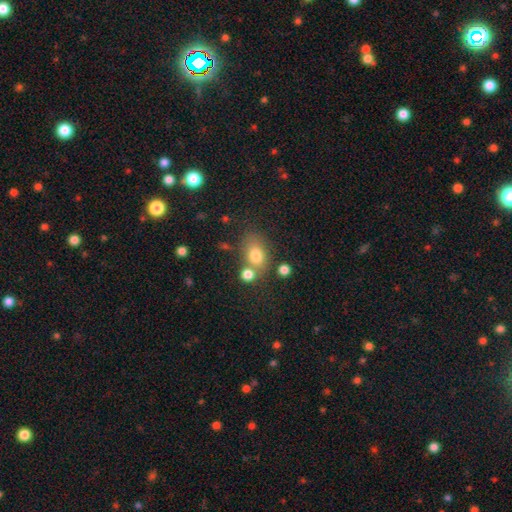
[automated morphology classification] smooth-or-featured: smooth: 77% | featured or disk: 12% | star or artifact: 12%
  how-rounded: in between: 67% | round: 31% | cigar-shaped: 2%
  merging: none: 55% | merger: 24% | minor disturbance: 15% | major disturbance: 6%